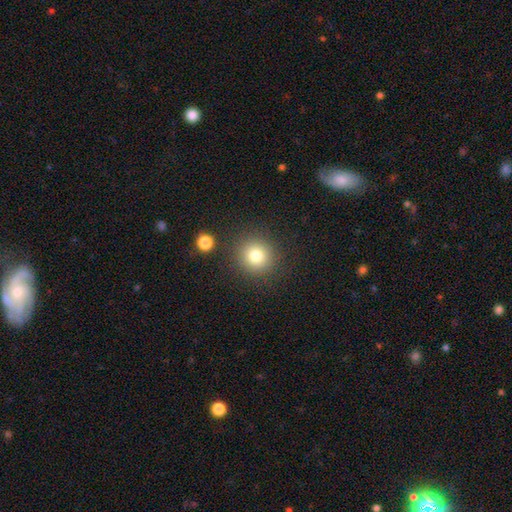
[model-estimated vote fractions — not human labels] Smooth or featured: smooth — 79% (star or artifact — 13%)
How rounded: round — 94% (in between — 5%)
Merging: none — 88% (minor disturbance — 7%)